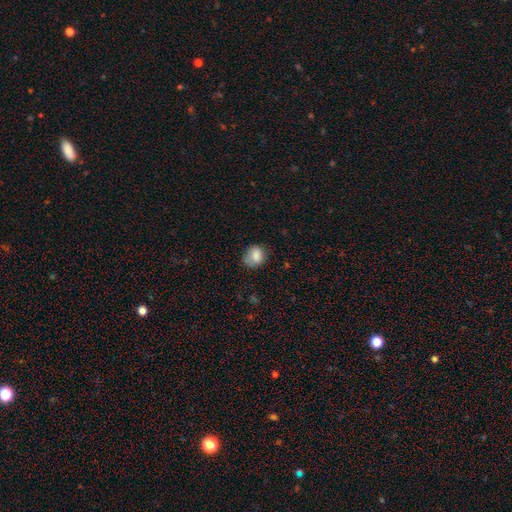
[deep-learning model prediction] smooth 83%, star or artifact 9%, featured or disk 8%. Down the decision tree: how rounded — round (57%); merging — none (60%).